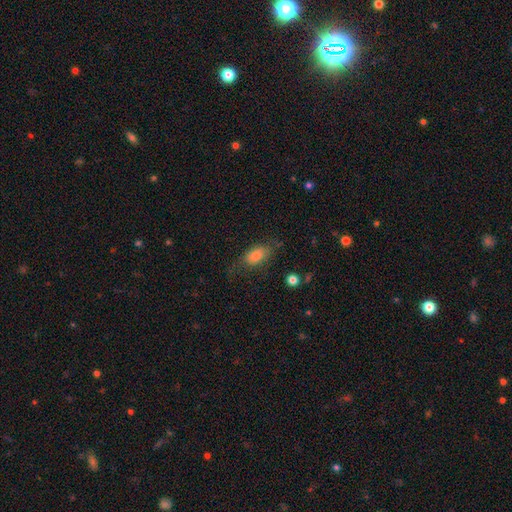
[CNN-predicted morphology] smooth_or_featured: smooth (p=0.72) [alt: featured or disk p=0.17]
how_rounded: in between (p=0.82) [alt: cigar-shaped p=0.11]
merging: none (p=0.60) [alt: minor disturbance p=0.24]